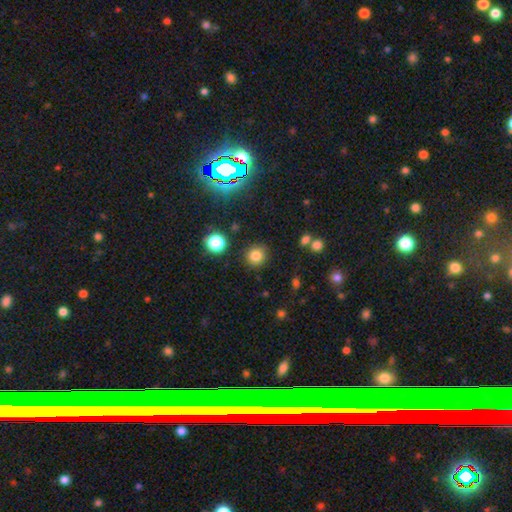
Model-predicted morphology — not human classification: This is clearly a smooth galaxy (81%). How rounded: clearly round (91%). Merging: clearly none (87%).